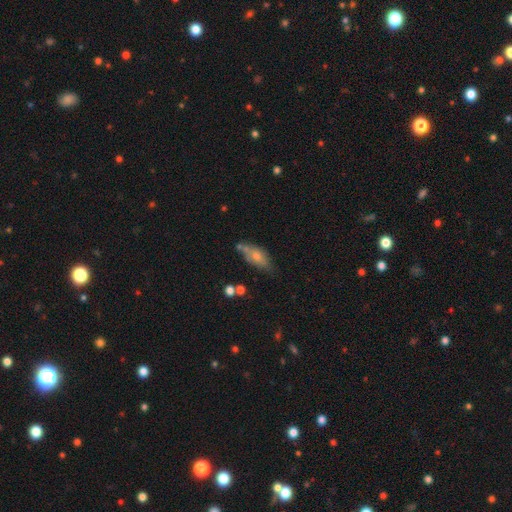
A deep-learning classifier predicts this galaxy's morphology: This is likely a smooth galaxy (65%). How rounded: likely in between (79%). Merging: possibly none (50%).